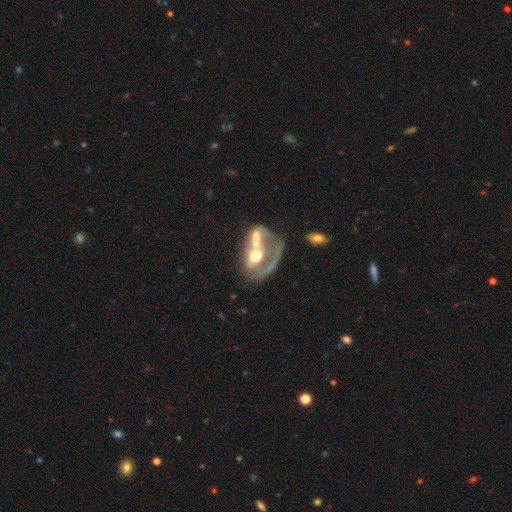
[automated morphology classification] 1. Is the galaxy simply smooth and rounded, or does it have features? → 61% featured or disk, 31% smooth, 8% star or artifact.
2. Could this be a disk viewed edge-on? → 94% no, 6% yes.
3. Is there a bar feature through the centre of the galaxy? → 73% no, 18% weak, 9% strong.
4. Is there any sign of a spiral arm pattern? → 65% no, 35% yes.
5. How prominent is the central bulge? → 62% moderate, 20% large, 10% small, 5% none, 3% dominant.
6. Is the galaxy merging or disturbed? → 54% merger, 23% major disturbance, 14% none, 9% minor disturbance.